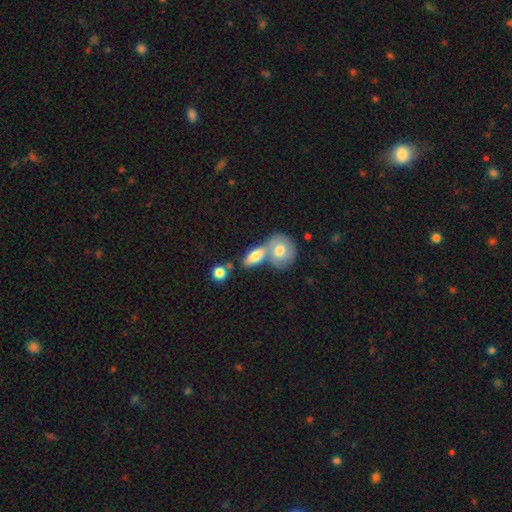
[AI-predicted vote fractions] A smooth galaxy with no disk features (71%) that is in between round and cigar-shaped (76%).

Vote fractions:
- Smooth or featured? smooth: 71% / featured or disk: 22% / star or artifact: 6%
- How rounded? in between: 76% / cigar-shaped: 13% / round: 11%
- Merging? merger: 51% / none: 35% / minor disturbance: 10% / major disturbance: 4%